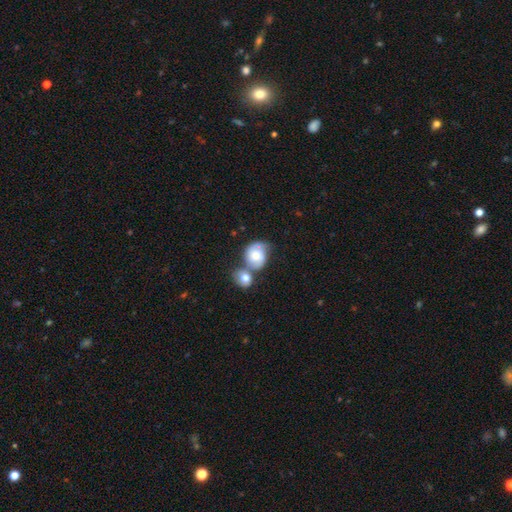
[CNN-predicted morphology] The model was most divided on "smooth or featured": smooth: 49%, featured or disk: 43%, star or artifact: 8%. More confident: merging — merger (52%).